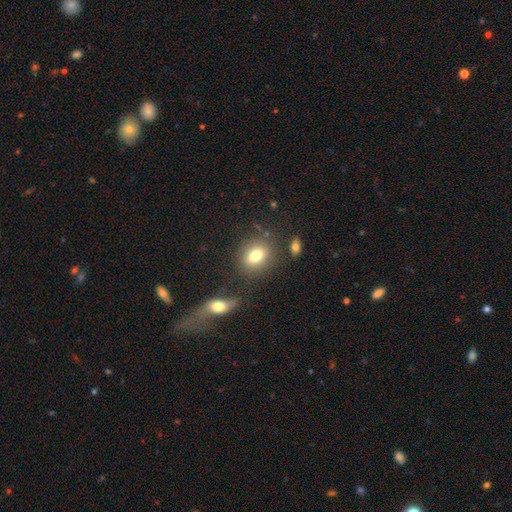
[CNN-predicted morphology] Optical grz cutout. It shows a smooth galaxy with no disk features (79%) that is in between round and cigar-shaped (61%). Merging: none (78%).